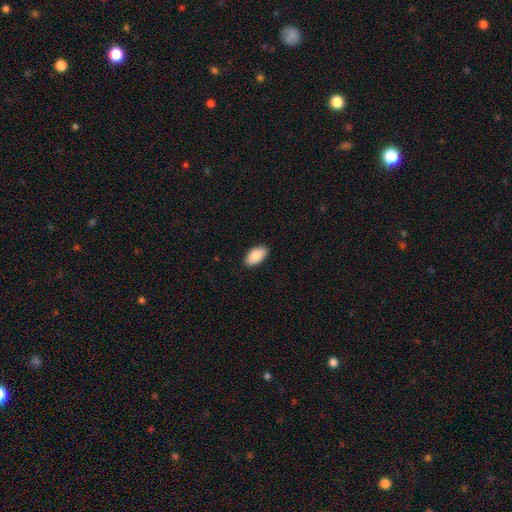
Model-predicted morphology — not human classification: type=smooth (88%); roundness=in between (95%); merging=none (89%).